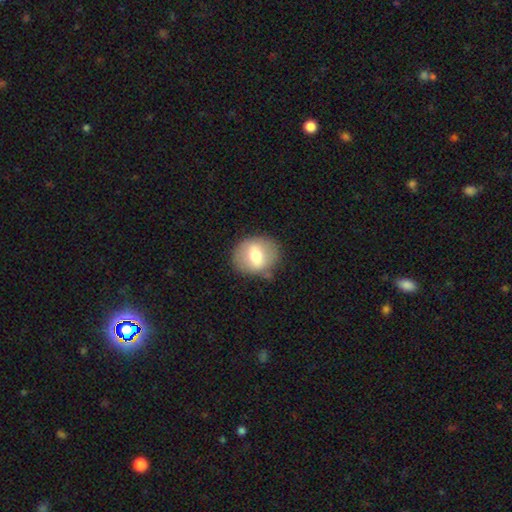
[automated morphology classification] This is likely a smooth galaxy (61%). How rounded: likely round (61%). Merging: likely none (77%).